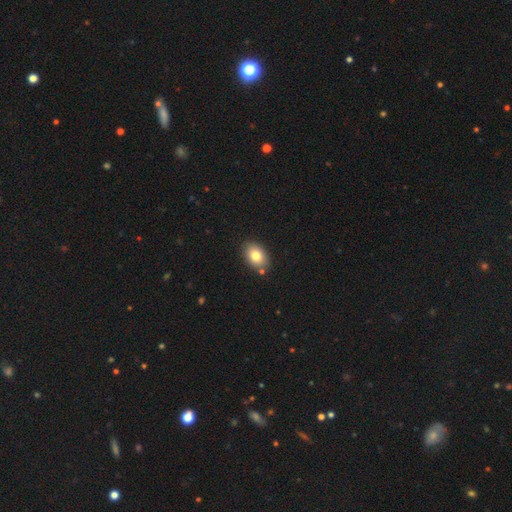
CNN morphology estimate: Overall: smooth (79%). How rounded: in between (79%). Merging: none (81%).